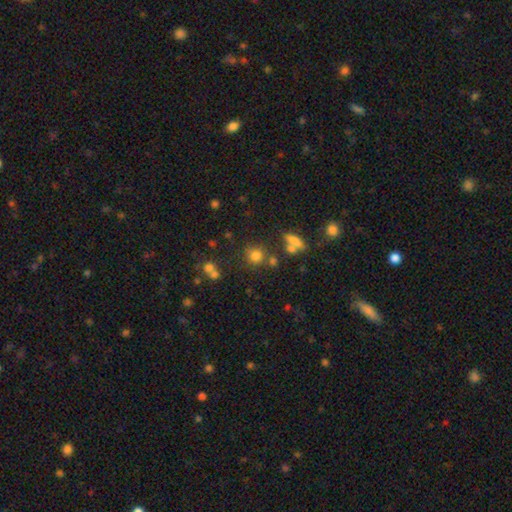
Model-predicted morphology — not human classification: This appears to be a smooth galaxy with no disk features (76%) that is round (87%). Merging: none (70%).